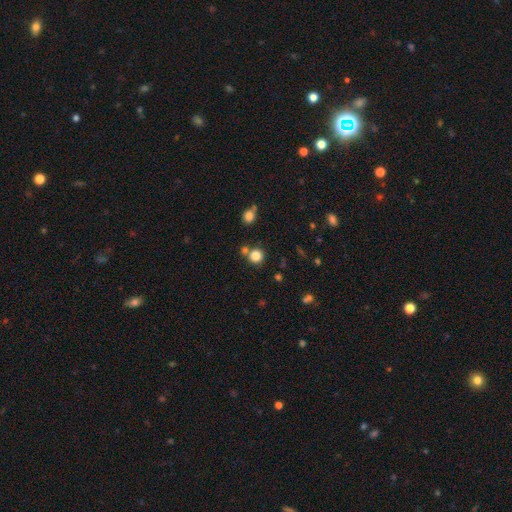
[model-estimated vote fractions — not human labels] smooth-or-featured: smooth: 82% | star or artifact: 13% | featured or disk: 5%
  how-rounded: round: 91% | in between: 8% | cigar-shaped: 1%
  merging: none: 72% | merger: 17% | minor disturbance: 8% | major disturbance: 3%